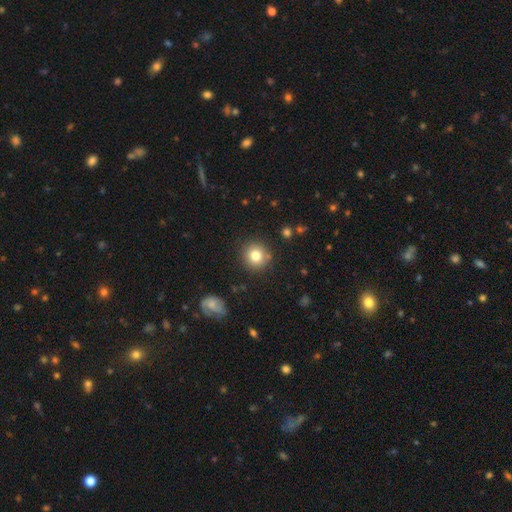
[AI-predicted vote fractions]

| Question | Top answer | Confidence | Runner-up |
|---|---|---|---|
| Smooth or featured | smooth | 80% | star or artifact (11%) |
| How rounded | round | 93% | in between (6%) |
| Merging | none | 87% | minor disturbance (8%) |